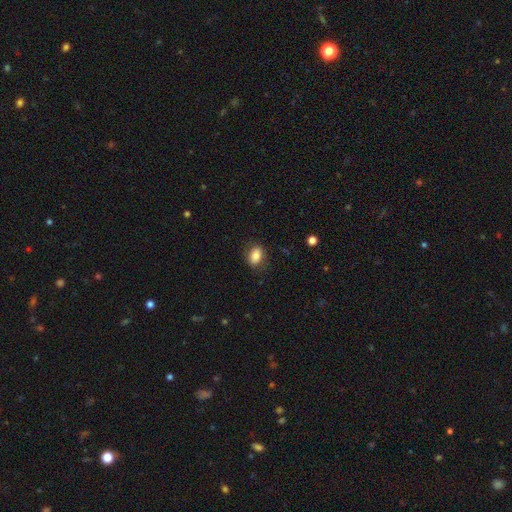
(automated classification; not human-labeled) smooth-or-featured: smooth: 82% | featured or disk: 10% | star or artifact: 9%
  how-rounded: in between: 76% | round: 22% | cigar-shaped: 2%
  merging: none: 80% | minor disturbance: 14% | major disturbance: 4% | merger: 1%